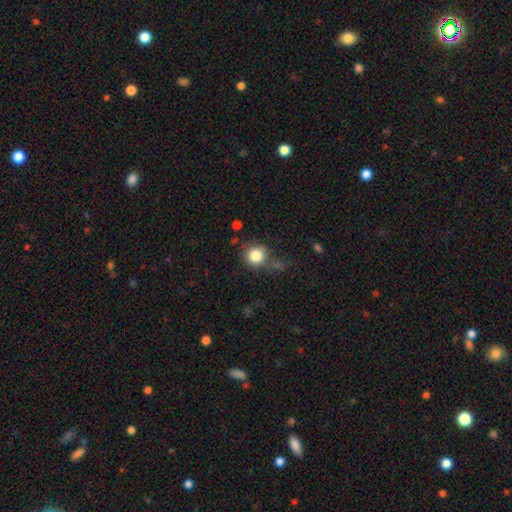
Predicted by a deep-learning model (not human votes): smooth 82%, star or artifact 10%, featured or disk 7%. Down the decision tree: how rounded — round (89%); merging — none (62%).